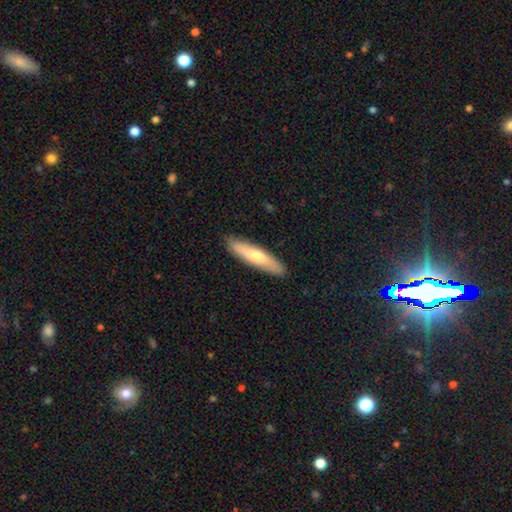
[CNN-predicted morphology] This appears to be a smooth galaxy with no disk features (62%) that is cigar-shaped (82%). Merging: none (89%).